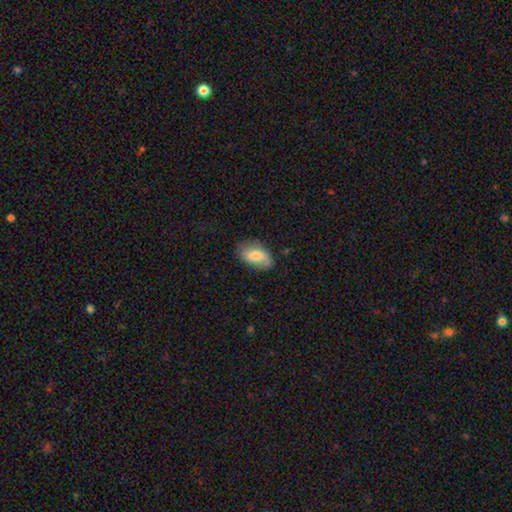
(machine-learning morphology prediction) A smooth galaxy with no disk features (64%) that is in between round and cigar-shaped (90%). Merging: none (73%).